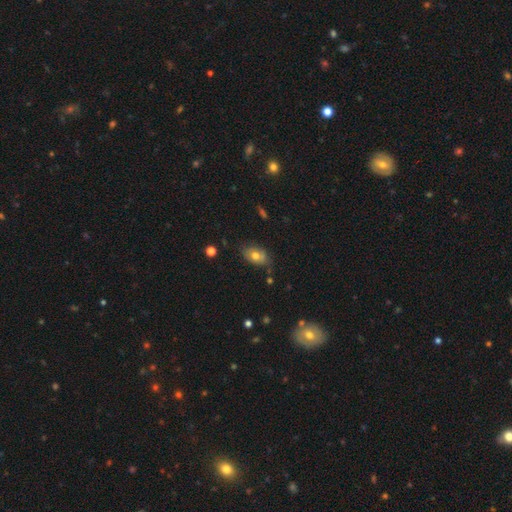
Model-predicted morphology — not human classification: smooth_or_featured: smooth (p=0.71) [alt: featured or disk p=0.20]
how_rounded: in between (p=0.86) [alt: round p=0.12]
merging: none (p=0.70) [alt: minor disturbance p=0.23]